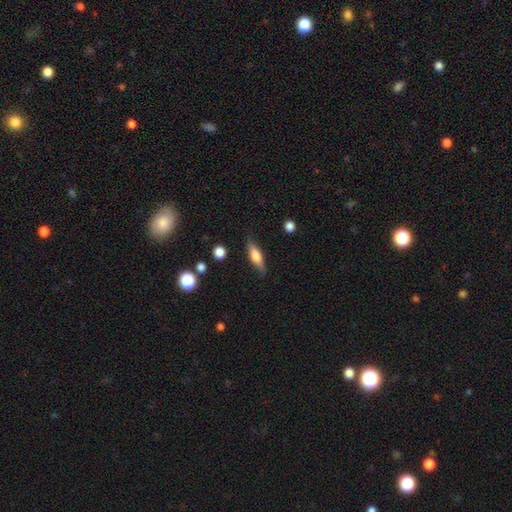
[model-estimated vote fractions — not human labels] Overall: smooth (49%; featured or disk 44%). Merging: none (81%).